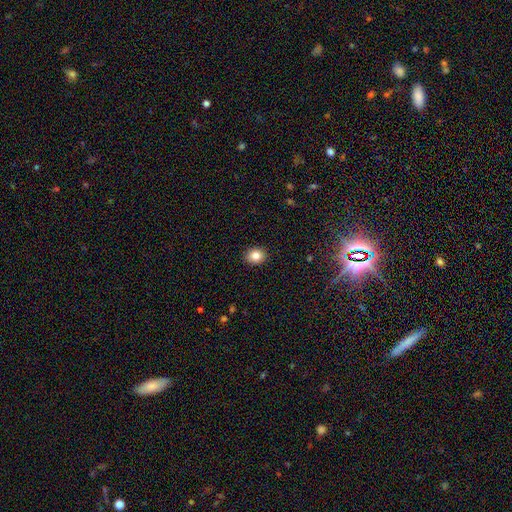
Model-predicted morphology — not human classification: Smooth or featured? smooth (83%)
How rounded? round (64%)
Merging? none (91%)